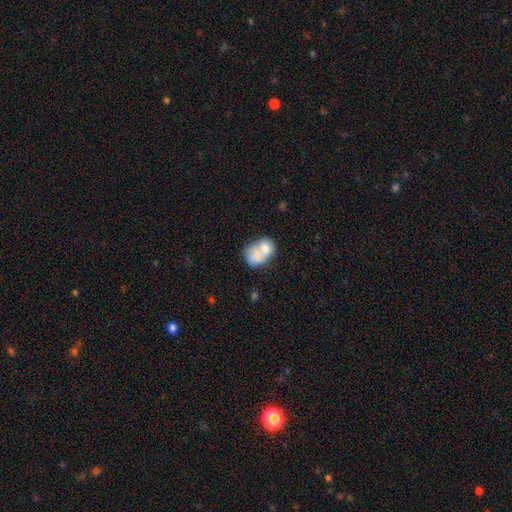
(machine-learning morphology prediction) Overall: smooth (71%). How rounded: in between (58%; round 41%). Merging: merger (65%).